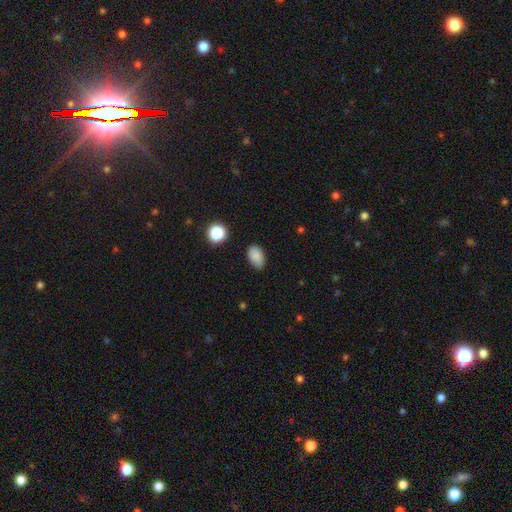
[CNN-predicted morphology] smooth-or-featured: smooth: 86% | star or artifact: 10% | featured or disk: 4%
  how-rounded: in between: 88% | round: 11% | cigar-shaped: 1%
  merging: none: 78% | minor disturbance: 17% | major disturbance: 3% | merger: 2%